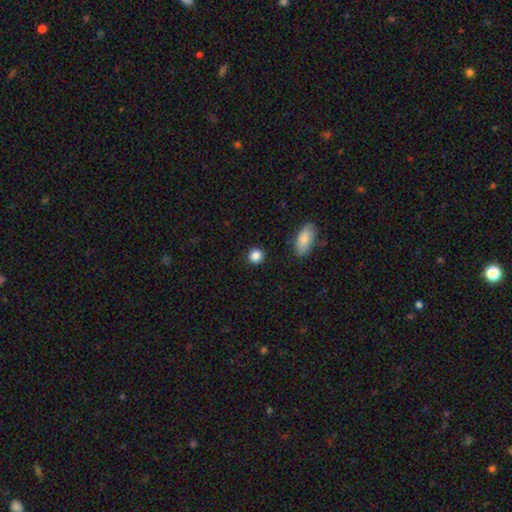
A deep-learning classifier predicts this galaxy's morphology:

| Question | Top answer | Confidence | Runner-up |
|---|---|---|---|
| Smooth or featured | smooth | 87% | star or artifact (9%) |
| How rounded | round | 89% | in between (10%) |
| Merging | none | 90% | minor disturbance (6%) |